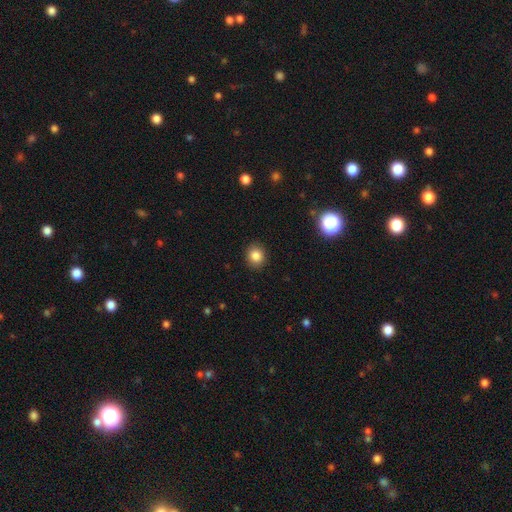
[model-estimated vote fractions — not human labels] Smooth or featured? Predicted: smooth (p=0.84). How rounded? Predicted: round (p=0.77). Merging? Predicted: none (p=0.91).